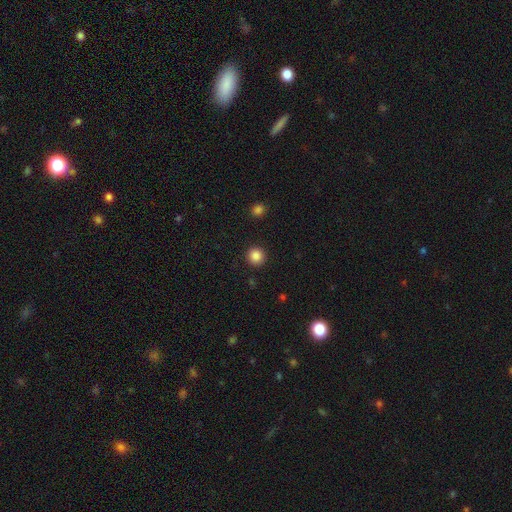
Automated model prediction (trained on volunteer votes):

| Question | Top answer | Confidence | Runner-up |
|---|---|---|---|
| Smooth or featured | smooth | 86% | star or artifact (11%) |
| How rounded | round | 94% | in between (5%) |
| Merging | none | 92% | minor disturbance (5%) |